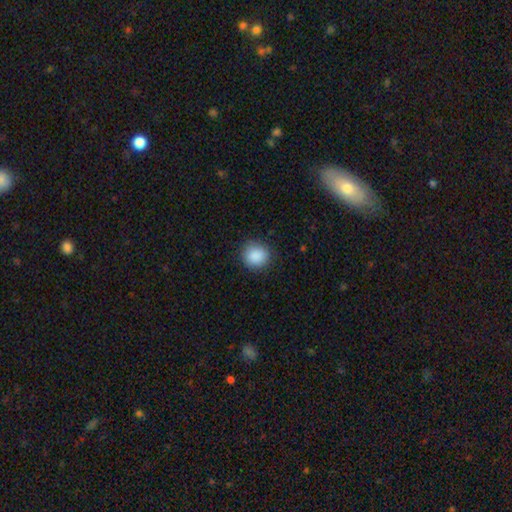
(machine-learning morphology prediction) A smooth galaxy with no disk features (89%) that is round (89%).

Vote fractions:
- Smooth or featured? smooth: 89% / star or artifact: 8% / featured or disk: 3%
- How rounded? round: 89% / in between: 10% / cigar-shaped: 1%
- Merging? none: 89% / minor disturbance: 8% / major disturbance: 2% / merger: 1%